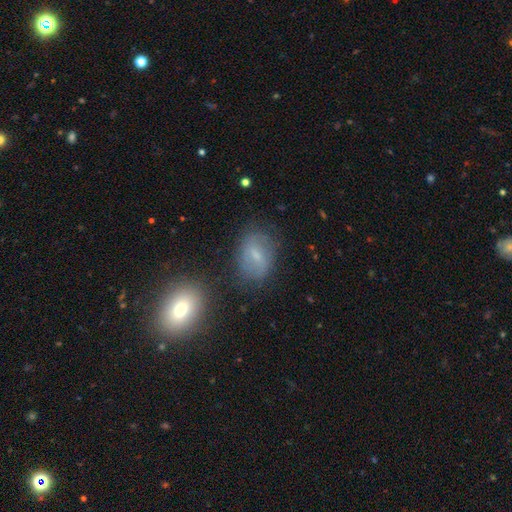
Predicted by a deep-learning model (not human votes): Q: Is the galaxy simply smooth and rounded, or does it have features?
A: smooth — 52%.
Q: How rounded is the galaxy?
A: in between — 74%.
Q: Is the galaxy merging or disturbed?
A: none — 70%.